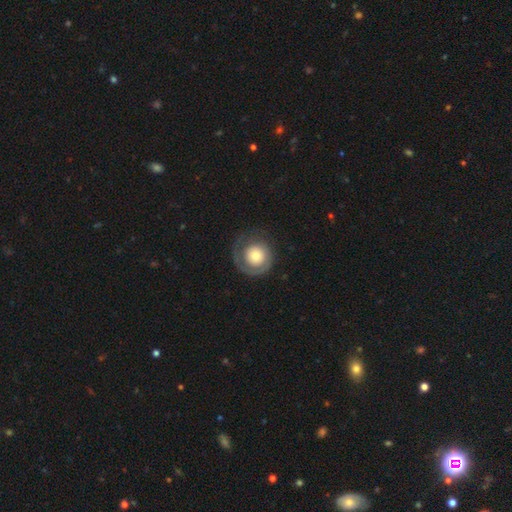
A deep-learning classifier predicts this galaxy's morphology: featured or disk 51%, smooth 43%, star or artifact 6%. Down the decision tree: edge-on disk — no (97%); merging — none (70%).